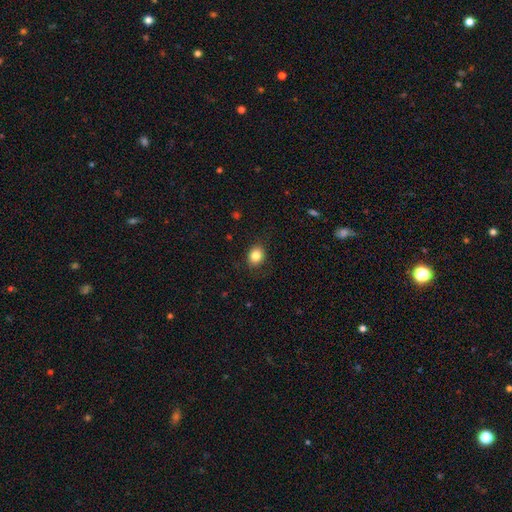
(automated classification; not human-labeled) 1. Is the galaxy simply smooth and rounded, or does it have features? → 84% smooth, 10% star or artifact, 6% featured or disk.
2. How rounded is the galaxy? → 59% round, 40% in between, 1% cigar-shaped.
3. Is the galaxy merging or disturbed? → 85% none, 11% minor disturbance, 3% major disturbance, 1% merger.